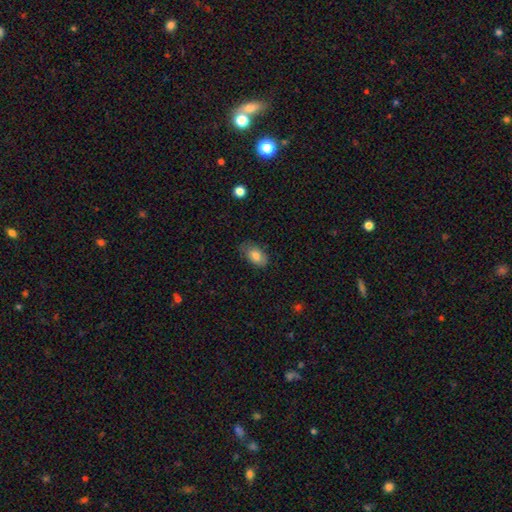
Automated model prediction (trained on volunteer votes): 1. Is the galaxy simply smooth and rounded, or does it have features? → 79% smooth, 14% featured or disk, 7% star or artifact.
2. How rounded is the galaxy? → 91% in between, 7% round, 2% cigar-shaped.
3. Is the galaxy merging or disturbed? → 65% none, 26% minor disturbance, 7% major disturbance, 1% merger.